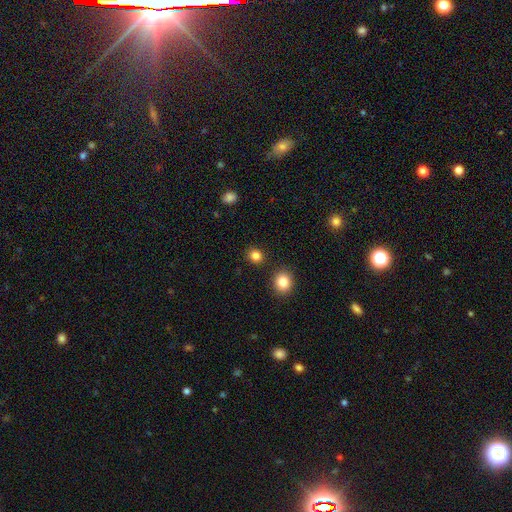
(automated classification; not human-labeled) Smooth or featured? Predicted: smooth (p=0.84). How rounded? Predicted: round (p=0.82). Merging? Predicted: none (p=0.88).